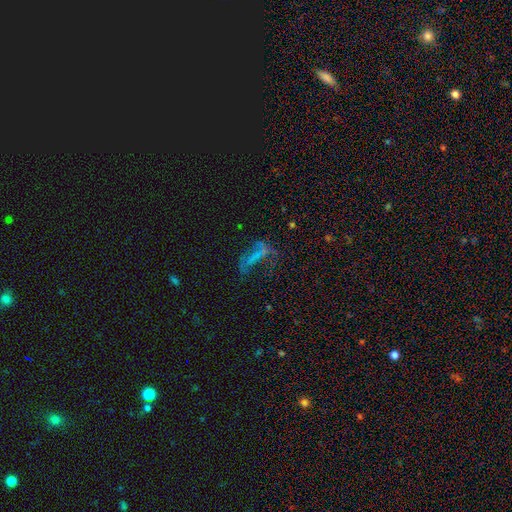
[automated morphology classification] Smooth or featured? featured or disk (43%)
Merging? major disturbance (42%)